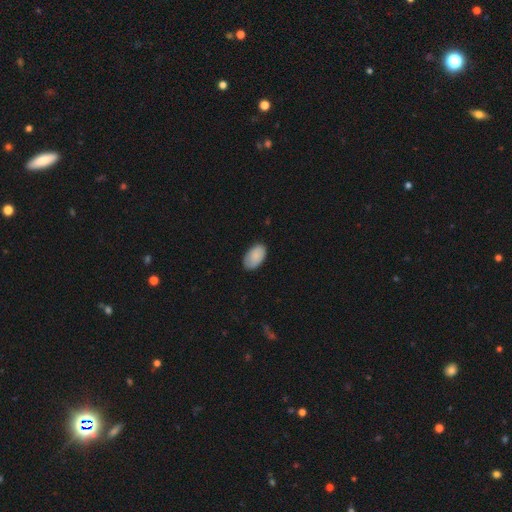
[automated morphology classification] A smooth galaxy with no disk features (87%) that is in between round and cigar-shaped (94%). Merging: none (82%).